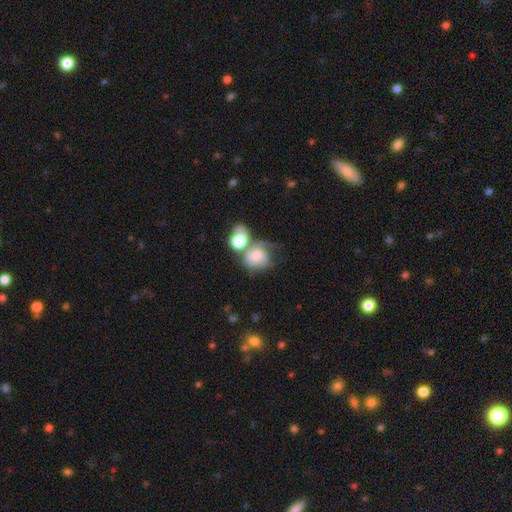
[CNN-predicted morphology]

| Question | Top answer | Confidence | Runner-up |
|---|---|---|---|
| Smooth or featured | smooth | 47% | featured or disk (44%) |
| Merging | merger | 44% | none (27%) |